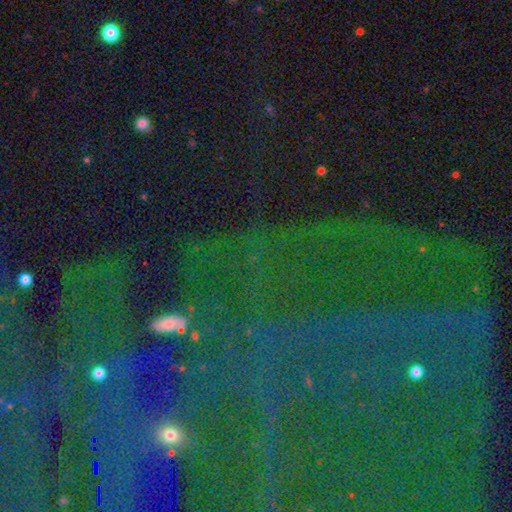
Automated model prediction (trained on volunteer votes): The model was most divided on "smooth or featured": star or artifact: 84%, featured or disk: 9%, smooth: 7%.